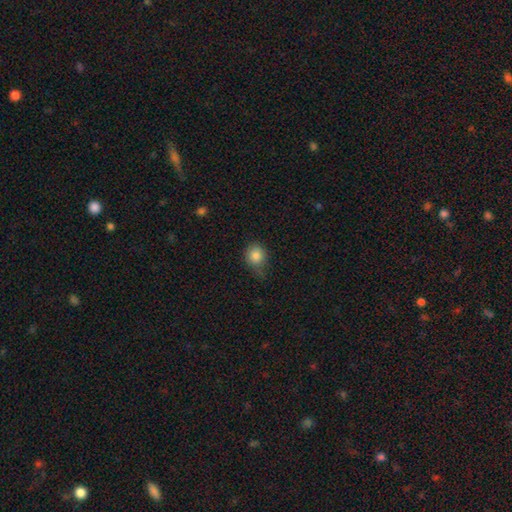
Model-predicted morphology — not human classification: smooth-or-featured: smooth: 83% | star or artifact: 10% | featured or disk: 6%
  how-rounded: round: 74% | in between: 25% | cigar-shaped: 1%
  merging: none: 57% | minor disturbance: 33% | major disturbance: 9% | merger: 2%